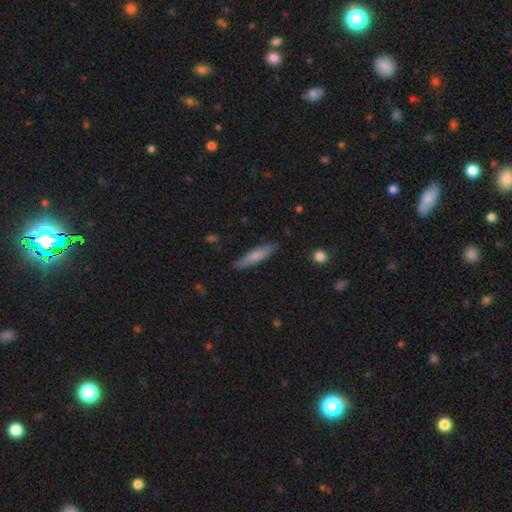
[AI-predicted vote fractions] smooth_or_featured: smooth (p=0.71) [alt: featured or disk p=0.23]
how_rounded: cigar-shaped (p=0.82) [alt: in between p=0.16]
merging: none (p=0.85) [alt: minor disturbance p=0.12]